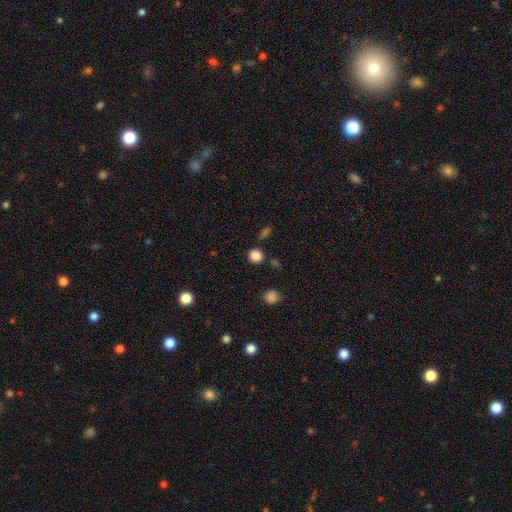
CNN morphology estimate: Smooth or featured?
  - smooth: 84% *
  - star or artifact: 13%
  - featured or disk: 4%
How rounded?
  - round: 88% *
  - in between: 11%
  - cigar-shaped: 1%
Merging?
  - none: 84% *
  - minor disturbance: 9%
  - merger: 5%
  - major disturbance: 3%